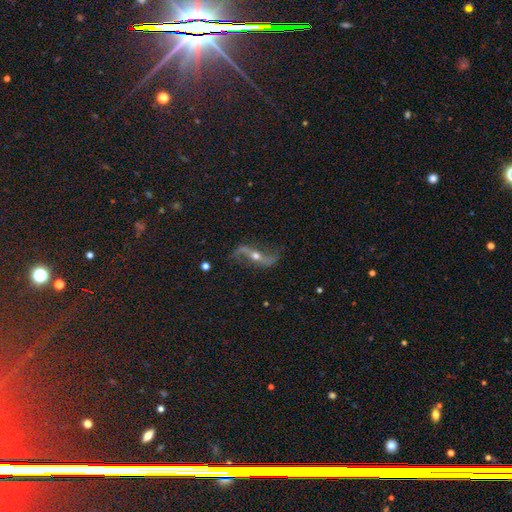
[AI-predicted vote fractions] The model was most divided on "bar": no: 42%, strong: 30%, weak: 27%. More confident: spiral arms — yes (94%); spiral arm count — 2 (93%); spiral winding — loose (90%); edge-on disk — no (83%); smooth or featured — featured or disk (83%); merging — none (76%); bulge size — moderate (57%).